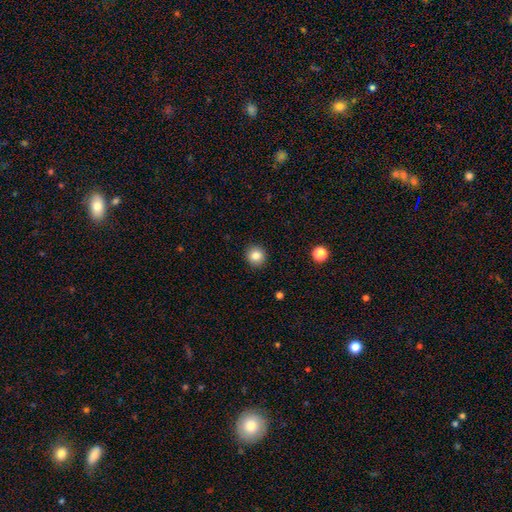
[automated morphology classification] Smooth or featured? Predicted: smooth (p=0.84). How rounded? Predicted: round (p=0.92). Merging? Predicted: none (p=0.92).